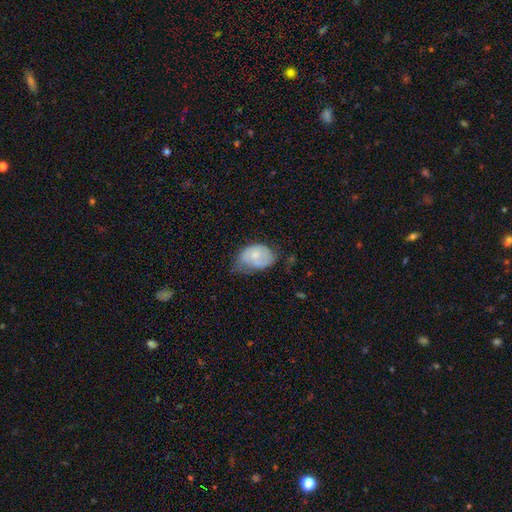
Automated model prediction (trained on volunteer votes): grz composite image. It shows a smooth galaxy with no disk features (61%) that is in between round and cigar-shaped (79%). Merging: minor disturbance (46%).